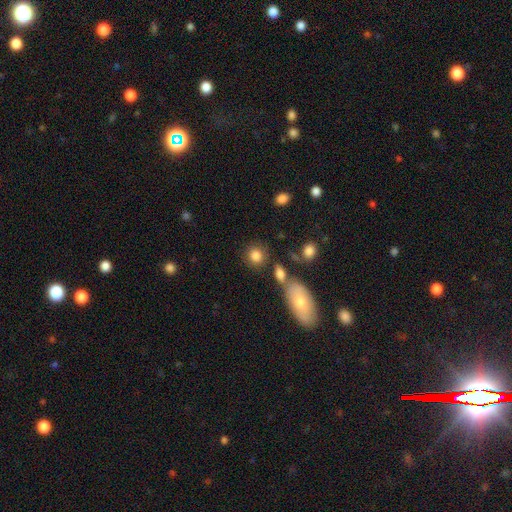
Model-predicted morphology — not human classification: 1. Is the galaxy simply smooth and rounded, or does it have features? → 84% smooth, 9% star or artifact, 7% featured or disk.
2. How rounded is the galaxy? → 78% round, 21% in between, 2% cigar-shaped.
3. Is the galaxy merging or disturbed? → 75% none, 11% minor disturbance, 10% merger, 5% major disturbance.